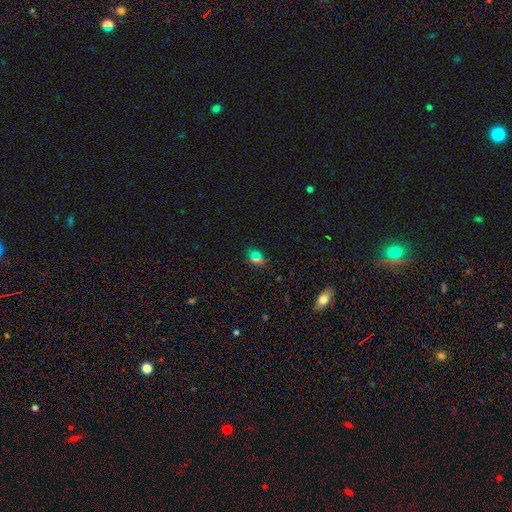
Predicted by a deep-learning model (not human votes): The model was most divided on "how rounded" (2-way tie): round: 47%, in between: 47%, cigar-shaped: 5%. More confident: merging — none (82%); smooth or featured — smooth (57%).